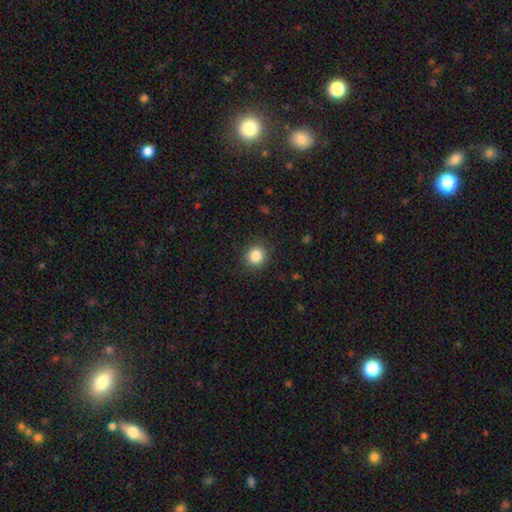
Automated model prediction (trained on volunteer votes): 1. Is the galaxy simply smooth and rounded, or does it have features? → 85% smooth, 11% star or artifact, 4% featured or disk.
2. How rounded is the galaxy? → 89% round, 10% in between, 1% cigar-shaped.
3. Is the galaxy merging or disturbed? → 89% none, 7% minor disturbance, 3% major disturbance, 1% merger.